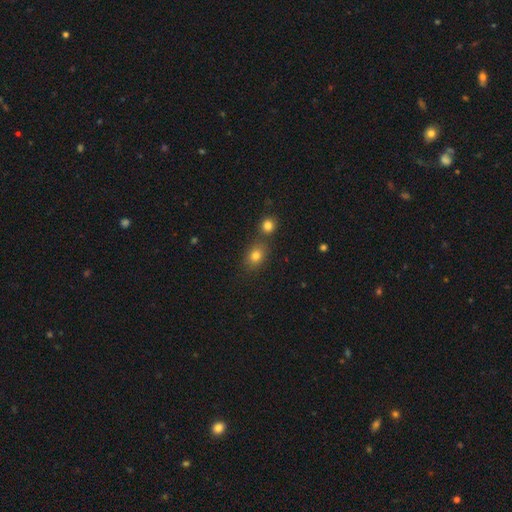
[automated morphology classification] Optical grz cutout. It shows a smooth galaxy with no disk features (79%) that is in between round and cigar-shaped (55%). Merging: none (66%).